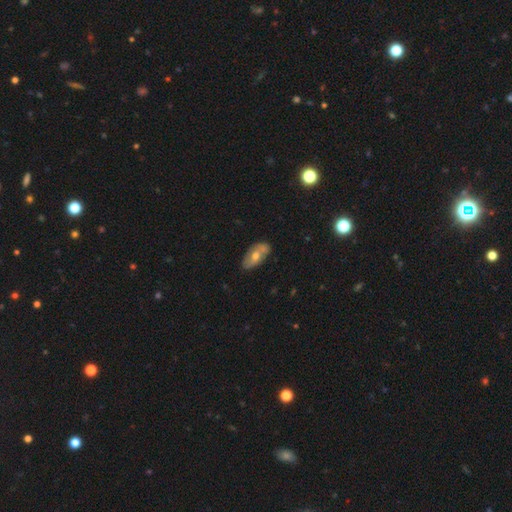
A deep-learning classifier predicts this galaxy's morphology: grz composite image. It shows a featured or disk galaxy (48%). Merging: none (73%).